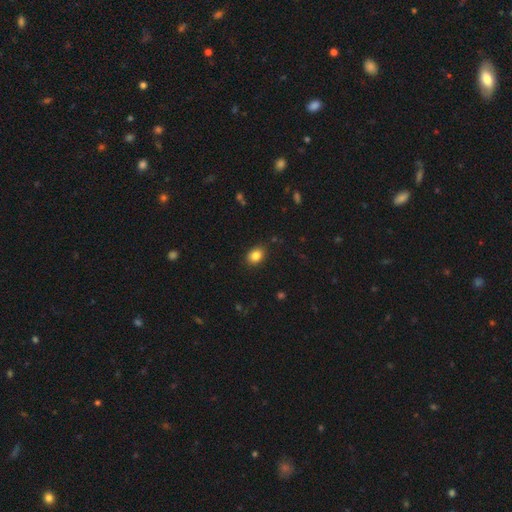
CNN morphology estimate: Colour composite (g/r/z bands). It shows a smooth galaxy with no disk features (84%) that is in between round and cigar-shaped (64%). Merging: none (86%).